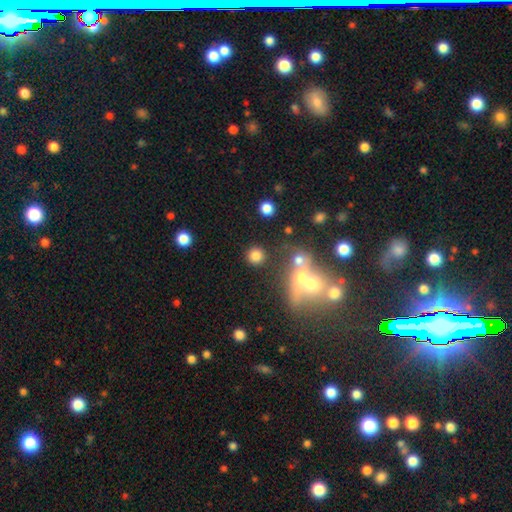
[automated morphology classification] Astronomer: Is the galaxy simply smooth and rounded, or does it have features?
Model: smooth — 80%.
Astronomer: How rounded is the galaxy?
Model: round — 91%.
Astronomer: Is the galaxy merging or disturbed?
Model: none — 80%.